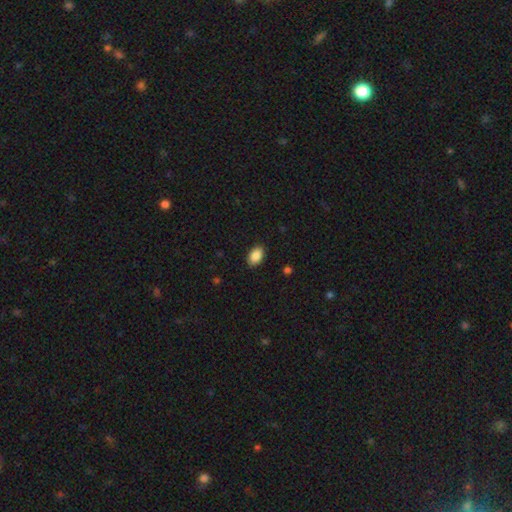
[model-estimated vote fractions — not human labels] A smooth galaxy with no disk features (89%) that is in between round and cigar-shaped (90%).

Vote fractions:
- Smooth or featured? smooth: 89% / star or artifact: 7% / featured or disk: 4%
- How rounded? in between: 90% / round: 9% / cigar-shaped: 1%
- Merging? none: 88% / minor disturbance: 9% / major disturbance: 2% / merger: 1%